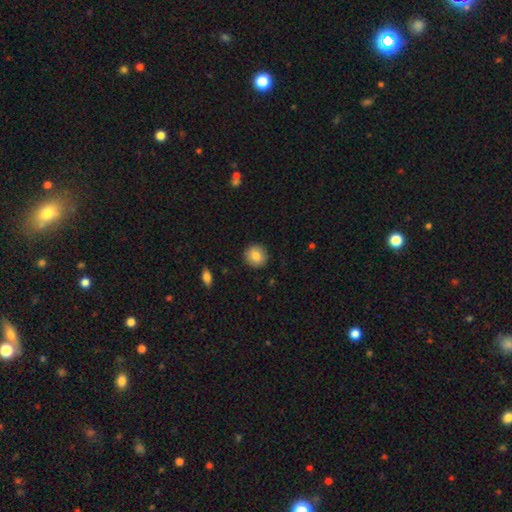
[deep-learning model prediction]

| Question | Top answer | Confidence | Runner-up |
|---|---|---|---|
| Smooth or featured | smooth | 83% | featured or disk (9%) |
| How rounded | round | 89% | in between (10%) |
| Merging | none | 91% | minor disturbance (6%) |